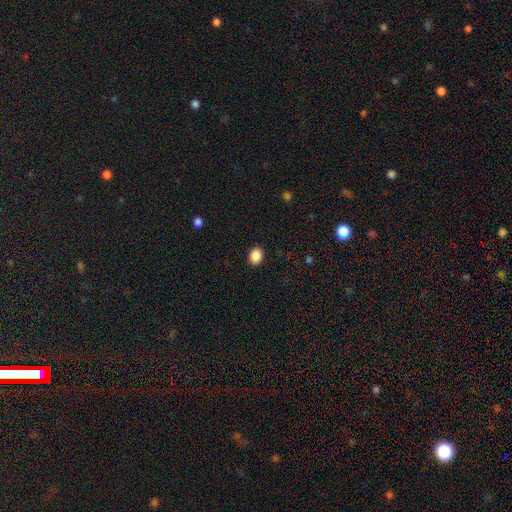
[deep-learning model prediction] This is clearly a smooth galaxy (89%). How rounded: possibly in between (56%). Merging: clearly none (91%).